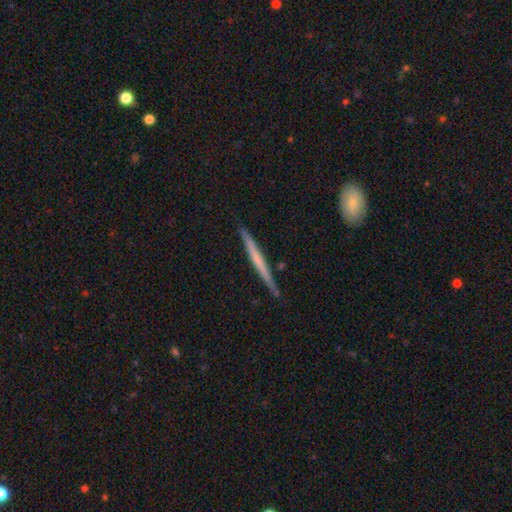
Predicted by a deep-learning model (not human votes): Smooth or featured? Predicted: featured or disk (p=0.59). Edge-on disk? Predicted: yes (p=0.97). Edge-on bulge? Predicted: none (p=0.71). Merging? Predicted: none (p=0.90).